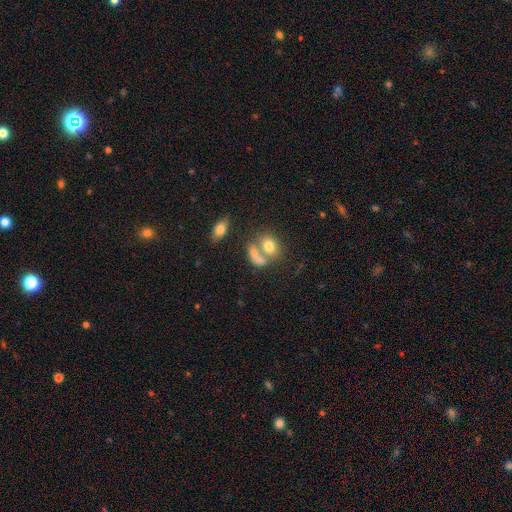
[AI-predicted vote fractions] Morphology: type=smooth (72%); roundness=in between (70%); merging=merger (55%).